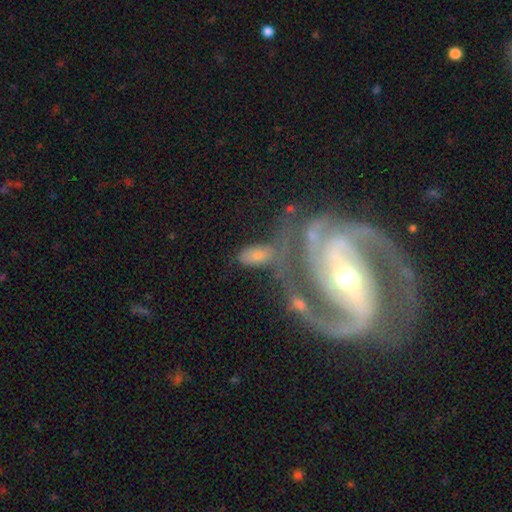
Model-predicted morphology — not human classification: The model was most divided on "smooth or featured": smooth: 47%, featured or disk: 43%, star or artifact: 10%. Remaining: merging — none (42%).